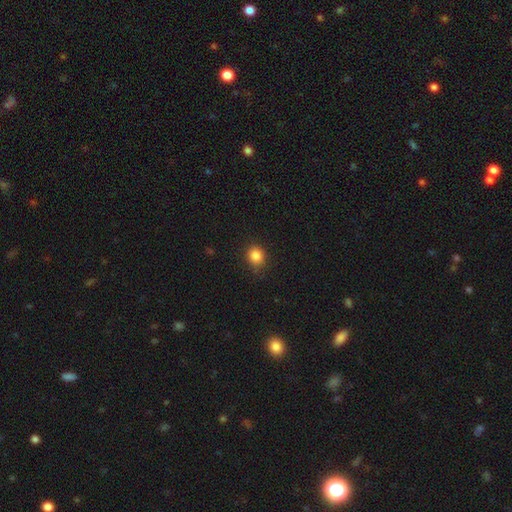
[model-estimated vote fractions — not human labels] Smooth or featured?
  - smooth: 85% *
  - star or artifact: 11%
  - featured or disk: 4%
How rounded?
  - round: 72% *
  - in between: 27%
  - cigar-shaped: 1%
Merging?
  - none: 81% *
  - minor disturbance: 15%
  - major disturbance: 3%
  - merger: 1%